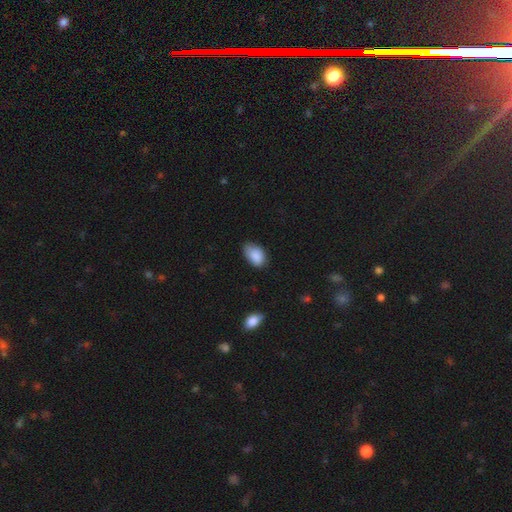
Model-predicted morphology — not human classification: Smooth or featured?
  - smooth: 87% *
  - star or artifact: 7%
  - featured or disk: 6%
How rounded?
  - in between: 92% *
  - round: 7%
  - cigar-shaped: 1%
Merging?
  - none: 61% *
  - minor disturbance: 33%
  - major disturbance: 5%
  - merger: 2%